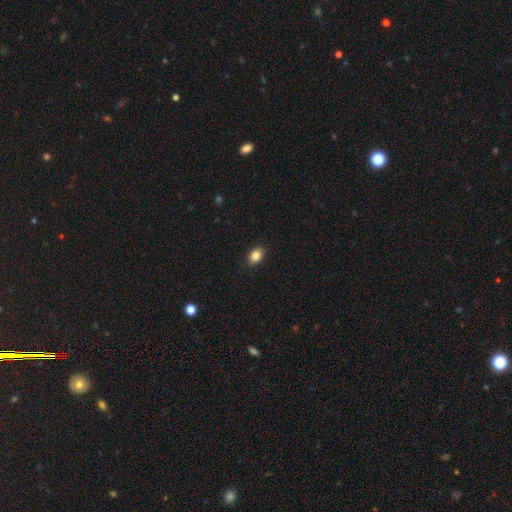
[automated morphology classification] Overall: smooth (86%). How rounded: in between (74%). Merging: none (89%).